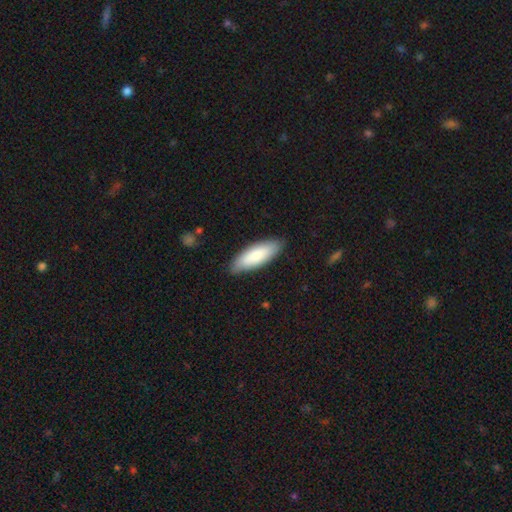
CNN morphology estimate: This is clearly a smooth galaxy (81%). How rounded: likely in between (65%). Merging: clearly none (84%).